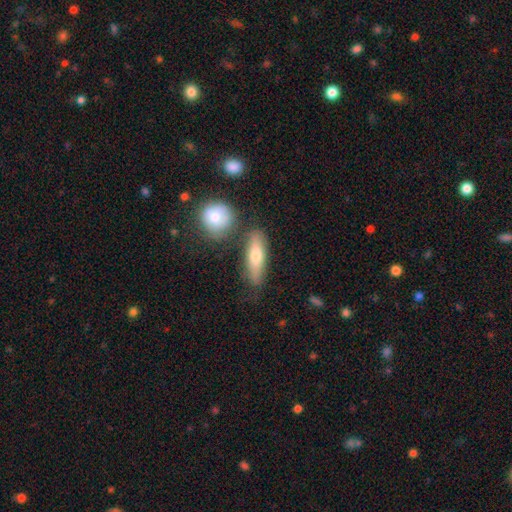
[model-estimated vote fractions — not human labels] Overall: smooth (69%). How rounded: cigar-shaped (54%; in between 42%). Merging: none (71%).